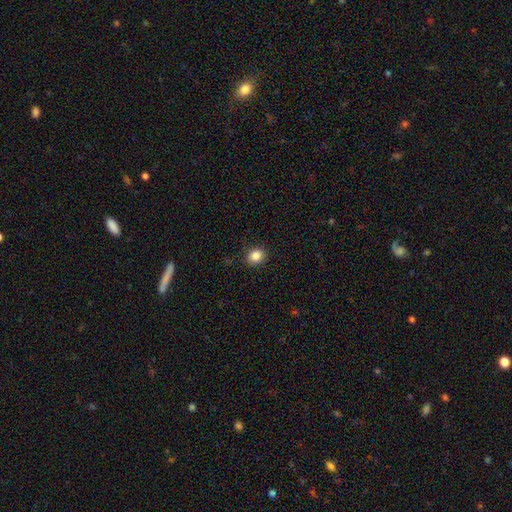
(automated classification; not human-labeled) Smooth or featured: smooth — 85% (star or artifact — 10%)
How rounded: round — 68% (in between — 31%)
Merging: none — 90% (minor disturbance — 7%)